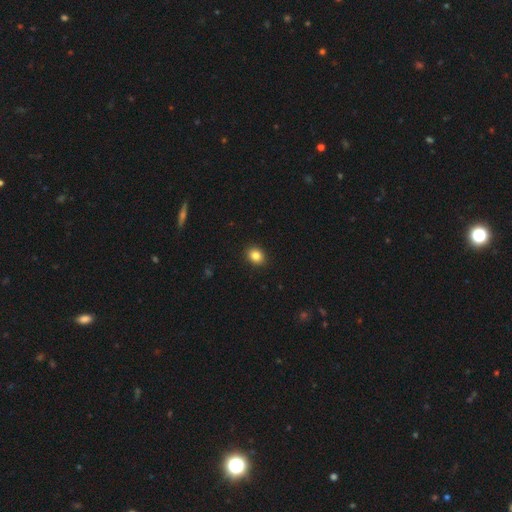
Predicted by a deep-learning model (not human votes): This appears to be a smooth galaxy with no disk features (85%) that is round (55%). Merging: none (91%).